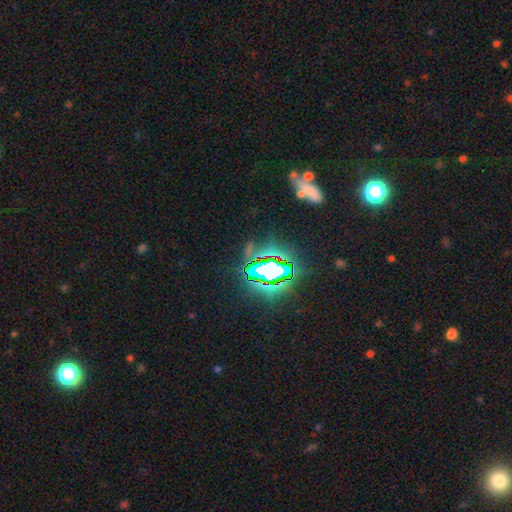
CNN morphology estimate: Q: Smooth or featured?
A: star or artifact (80%); runner-up: smooth (11%)